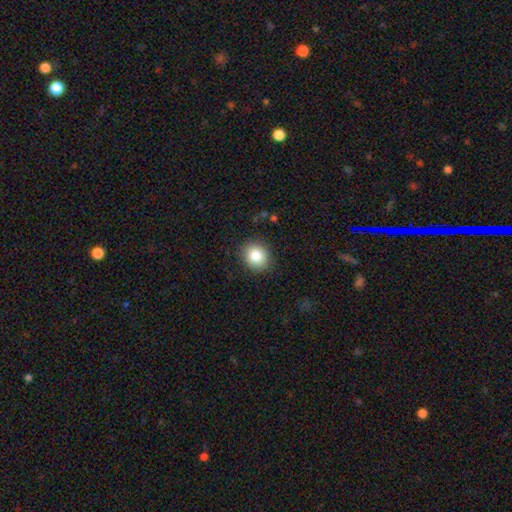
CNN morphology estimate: Smooth or featured?
  - smooth: 83% *
  - star or artifact: 10%
  - featured or disk: 7%
How rounded?
  - round: 77% *
  - in between: 22%
  - cigar-shaped: 1%
Merging?
  - none: 88% *
  - minor disturbance: 9%
  - major disturbance: 2%
  - merger: 1%